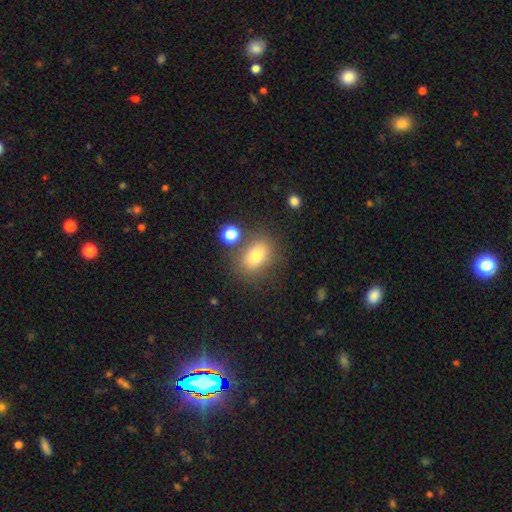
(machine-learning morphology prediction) This is likely a smooth galaxy (78%). How rounded: likely in between (72%). Merging: likely none (72%).